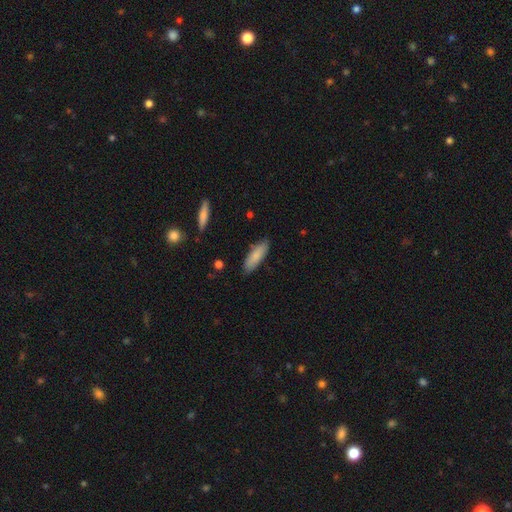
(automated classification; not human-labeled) Overall: smooth (82%). How rounded: in between (52%; cigar-shaped 47%). Merging: none (84%).